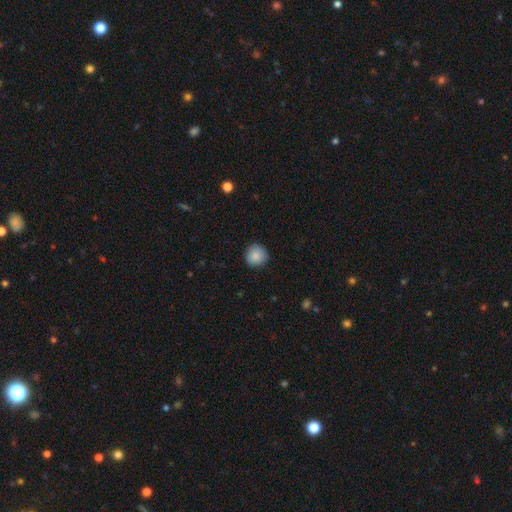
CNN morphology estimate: smooth_or_featured: smooth (p=0.87) [alt: star or artifact p=0.08]
how_rounded: round (p=0.94) [alt: in between p=0.05]
merging: none (p=0.90) [alt: minor disturbance p=0.08]